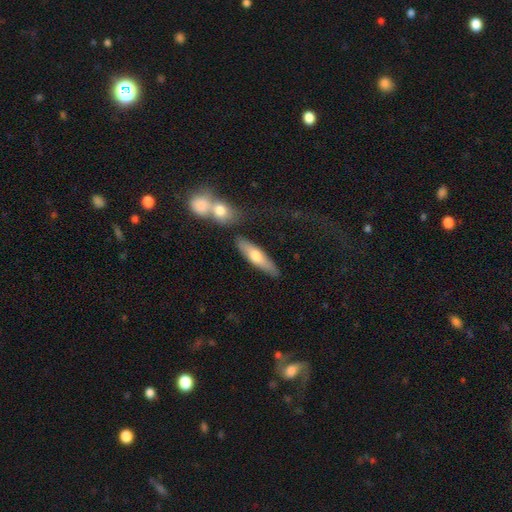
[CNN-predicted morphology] Smooth or featured? Predicted: smooth (p=0.58). How rounded? Predicted: cigar-shaped (p=0.69). Merging? Predicted: none (p=0.80).